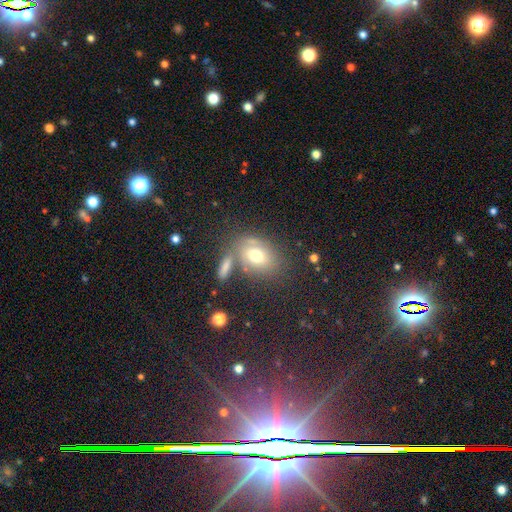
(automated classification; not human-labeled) A smooth galaxy with no disk features (65%) that is in between round and cigar-shaped (70%).

Vote fractions:
- Smooth or featured? smooth: 65% / featured or disk: 24% / star or artifact: 11%
- How rounded? in between: 70% / round: 28% / cigar-shaped: 2%
- Merging? none: 58% / merger: 18% / minor disturbance: 16% / major disturbance: 8%